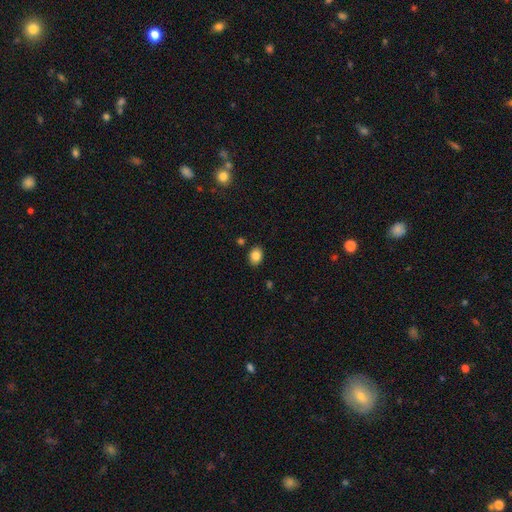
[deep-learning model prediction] smooth-or-featured: smooth: 85% | star or artifact: 9% | featured or disk: 6%
  how-rounded: in between: 68% | round: 31% | cigar-shaped: 1%
  merging: none: 87% | minor disturbance: 9% | merger: 2% | major disturbance: 2%